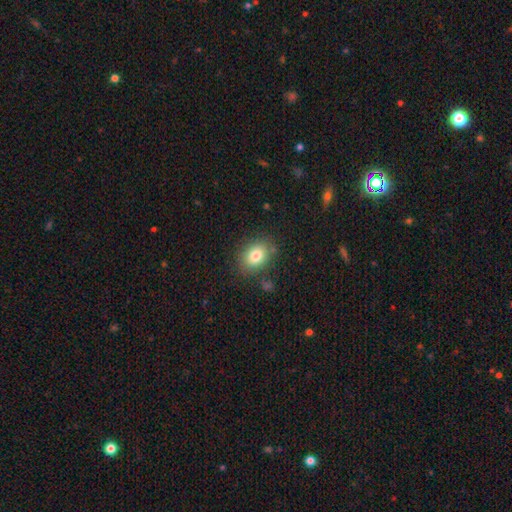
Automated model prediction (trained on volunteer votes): Smooth or featured?
  - smooth: 81% *
  - star or artifact: 10%
  - featured or disk: 10%
How rounded?
  - in between: 66% *
  - round: 33%
  - cigar-shaped: 1%
Merging?
  - none: 81% *
  - minor disturbance: 12%
  - major disturbance: 4%
  - merger: 3%